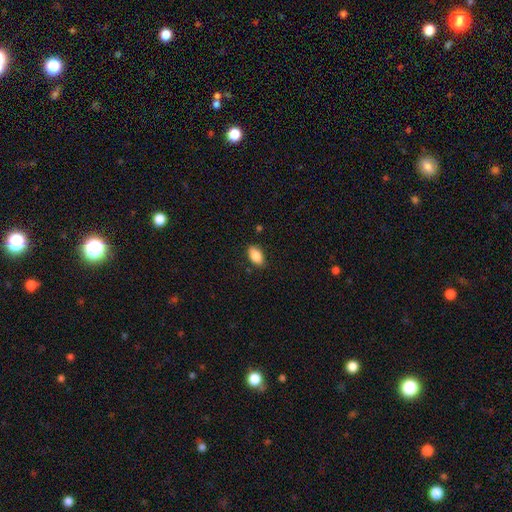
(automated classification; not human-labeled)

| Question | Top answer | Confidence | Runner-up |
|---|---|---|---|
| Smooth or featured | smooth | 85% | featured or disk (8%) |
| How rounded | in between | 91% | round (5%) |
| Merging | none | 85% | minor disturbance (12%) |